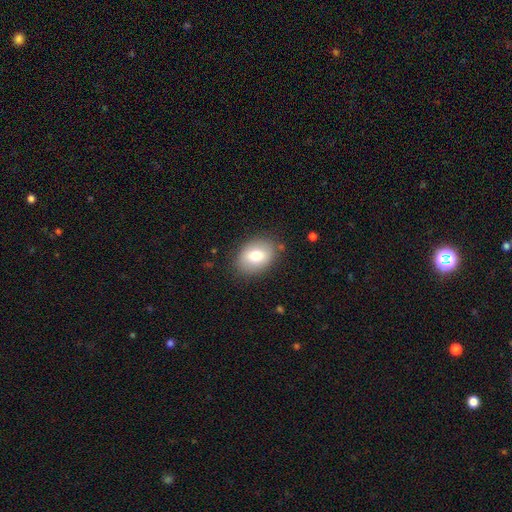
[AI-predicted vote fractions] Morphology: type=smooth (77%); roundness=in between (75%); merging=none (82%).